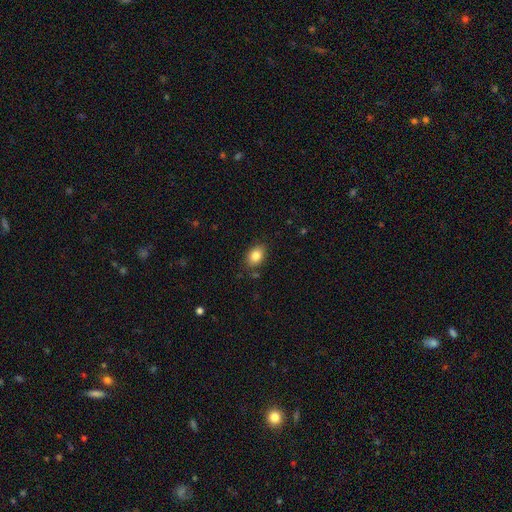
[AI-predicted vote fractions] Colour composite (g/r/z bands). It shows a smooth galaxy with no disk features (85%) that is in between round and cigar-shaped (79%). Merging: none (83%).